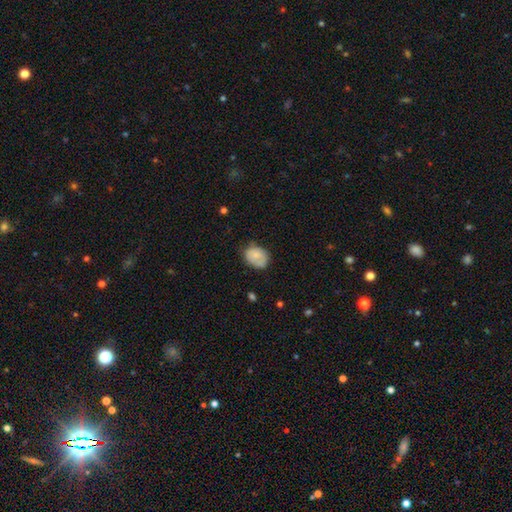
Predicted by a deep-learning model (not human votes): Smooth or featured? Predicted: smooth (p=0.76). How rounded? Predicted: in between (p=0.63). Merging? Predicted: none (p=0.60).